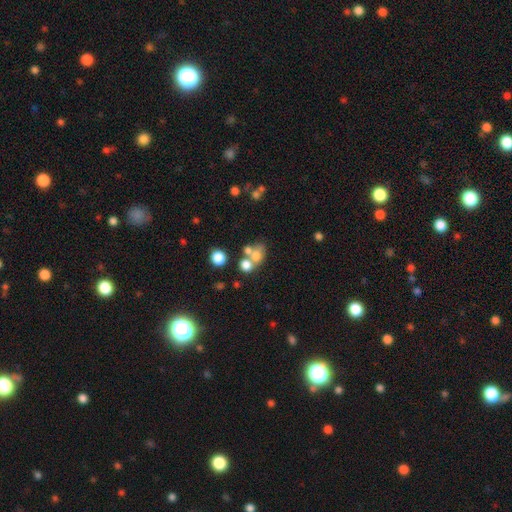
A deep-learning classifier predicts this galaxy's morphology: Overall: smooth (65%). How rounded: round (60%; in between 39%). Merging: merger (48%; none 36%).